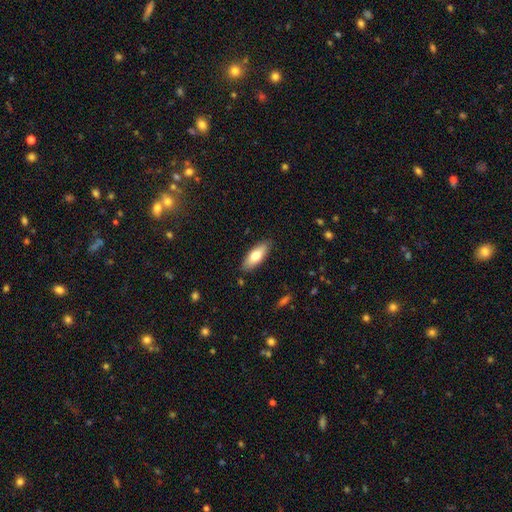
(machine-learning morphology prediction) type=smooth (74%); roundness=in between (73%); merging=none (87%).